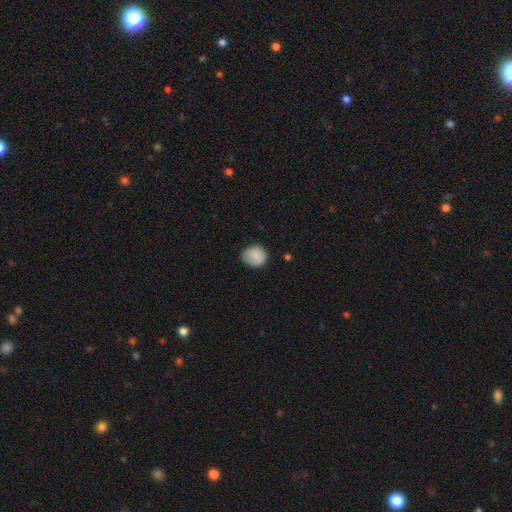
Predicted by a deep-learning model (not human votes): The model was most divided on "merging": none: 77%, minor disturbance: 18%, major disturbance: 3%, merger: 1%. More confident: smooth or featured — smooth (87%); how rounded — round (80%).